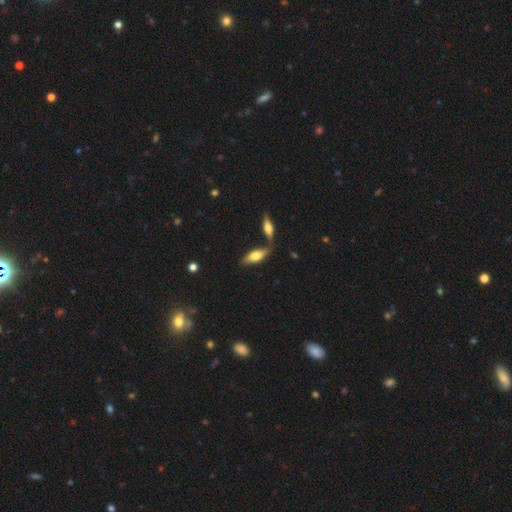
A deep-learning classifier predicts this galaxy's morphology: This appears to be a smooth galaxy with no disk features (64%) that is in between round and cigar-shaped (66%). Merging: none (61%).